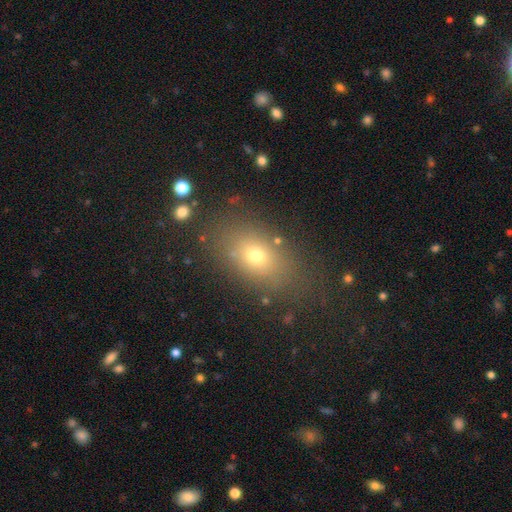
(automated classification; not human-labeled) smooth-or-featured: smooth: 67% | star or artifact: 18% | featured or disk: 15%
  how-rounded: in between: 74% | round: 23% | cigar-shaped: 4%
  merging: none: 81% | minor disturbance: 11% | major disturbance: 5% | merger: 3%